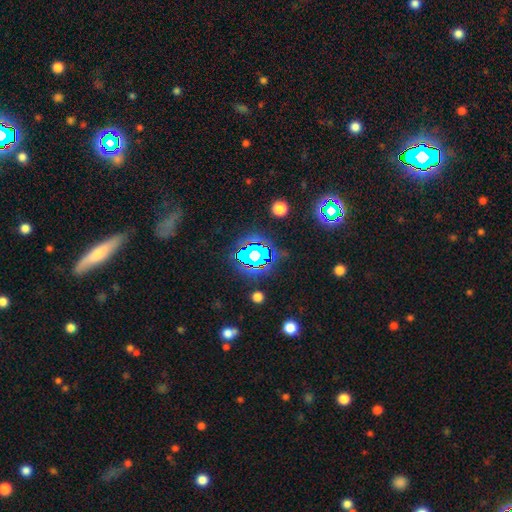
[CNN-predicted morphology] Smooth or featured? star or artifact (72%)